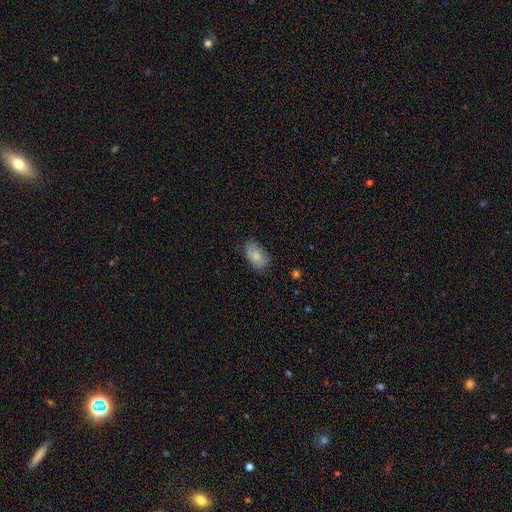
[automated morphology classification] A smooth galaxy with no disk features (80%) that is in between round and cigar-shaped (92%). Merging: none (77%).